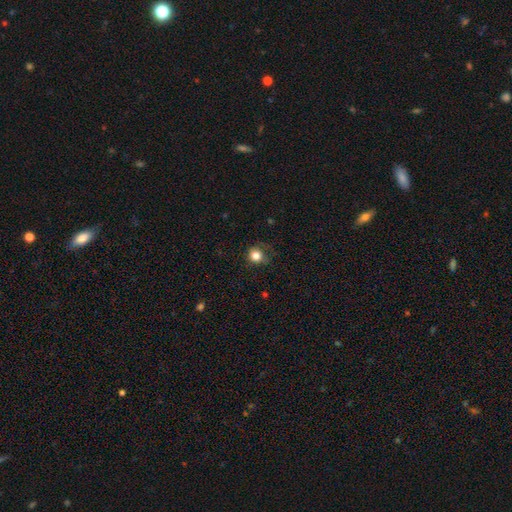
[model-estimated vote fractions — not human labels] Q: Smooth or featured?
A: smooth (81%); runner-up: star or artifact (12%)
Q: How rounded?
A: round (82%); runner-up: in between (17%)
Q: Merging?
A: none (67%); runner-up: minor disturbance (21%)